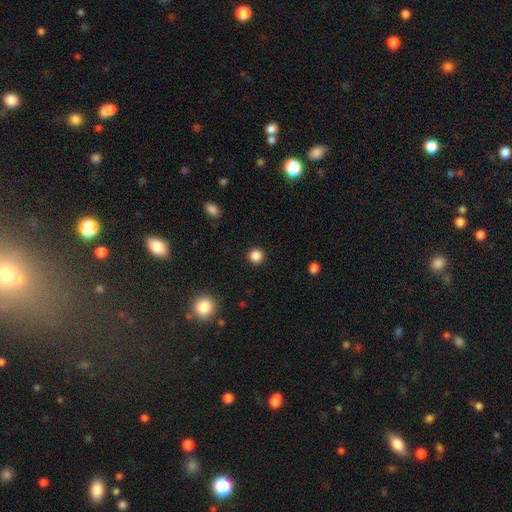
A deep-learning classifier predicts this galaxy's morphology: type=smooth (86%); roundness=round (94%); merging=none (92%).